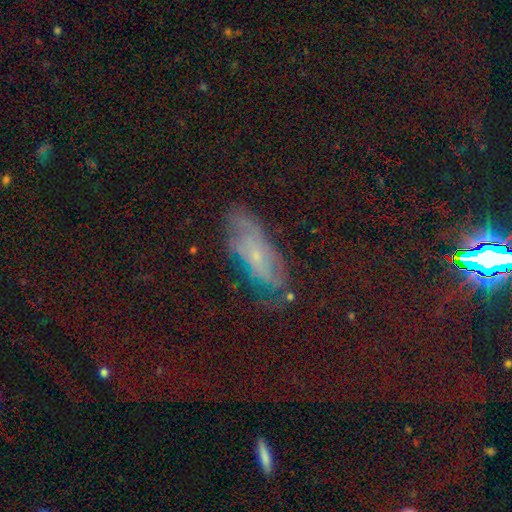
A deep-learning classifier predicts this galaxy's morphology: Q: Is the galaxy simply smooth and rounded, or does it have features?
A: star or artifact — 37%.